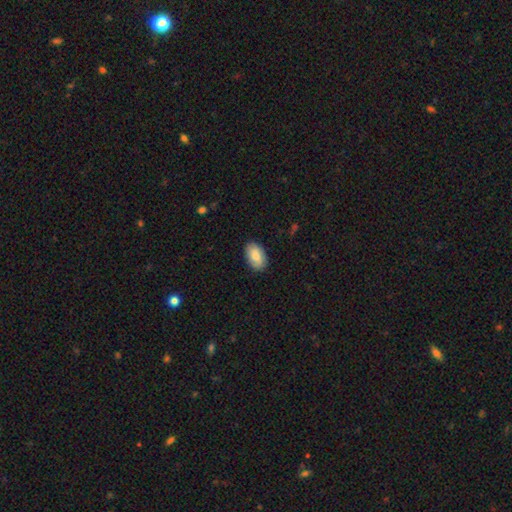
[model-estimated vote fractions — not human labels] Smooth or featured? Predicted: smooth (p=0.80). How rounded? Predicted: in between (p=0.93). Merging? Predicted: none (p=0.86).